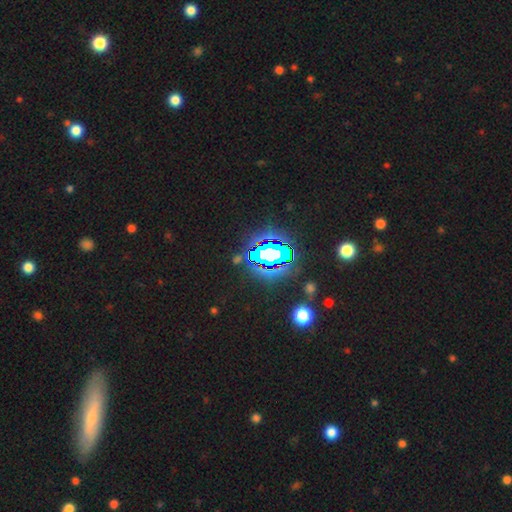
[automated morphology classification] smooth_or_featured: star or artifact (p=0.72) [alt: smooth p=0.15]